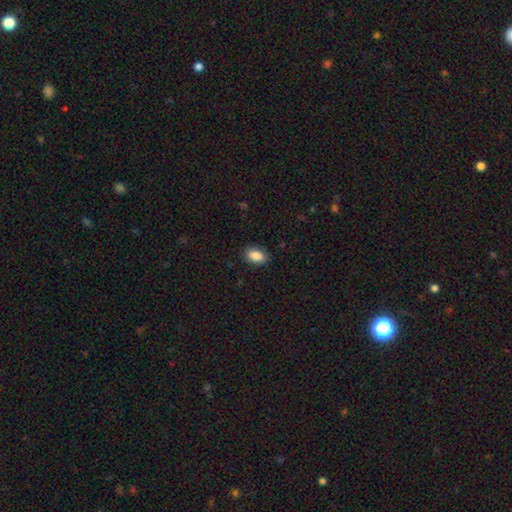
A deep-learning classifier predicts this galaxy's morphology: This is clearly a smooth galaxy (89%). How rounded: clearly in between (91%). Merging: clearly none (88%).